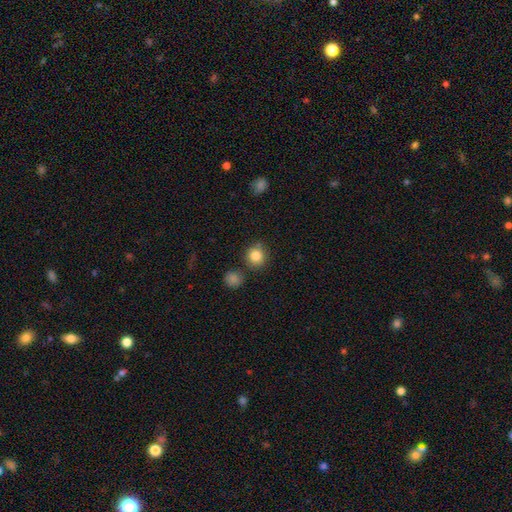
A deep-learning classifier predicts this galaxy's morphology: smooth-or-featured: smooth: 84% | star or artifact: 10% | featured or disk: 6%
  how-rounded: round: 91% | in between: 8% | cigar-shaped: 1%
  merging: none: 79% | minor disturbance: 10% | merger: 8% | major disturbance: 3%